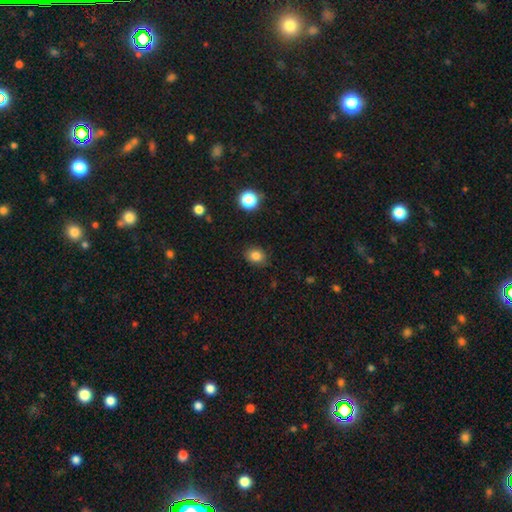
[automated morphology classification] smooth_or_featured: smooth (p=0.83) [alt: star or artifact p=0.12]
how_rounded: round (p=0.51) [alt: in between p=0.48]
merging: none (p=0.85) [alt: minor disturbance p=0.11]